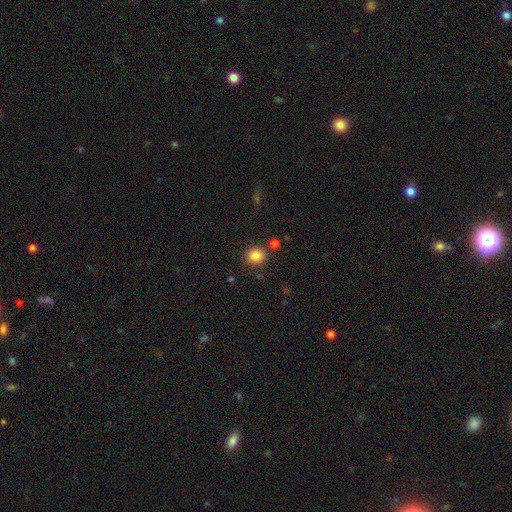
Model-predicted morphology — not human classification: Q: Smooth or featured?
A: smooth (85%); runner-up: star or artifact (11%)
Q: How rounded?
A: round (83%); runner-up: in between (16%)
Q: Merging?
A: none (83%); runner-up: minor disturbance (8%)